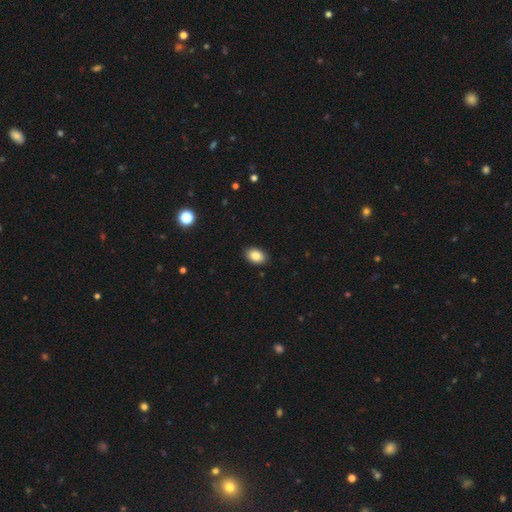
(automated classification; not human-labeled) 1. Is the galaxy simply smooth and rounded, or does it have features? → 87% smooth, 8% star or artifact, 6% featured or disk.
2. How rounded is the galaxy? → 87% in between, 12% round, 1% cigar-shaped.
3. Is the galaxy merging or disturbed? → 90% none, 8% minor disturbance, 2% major disturbance, 1% merger.